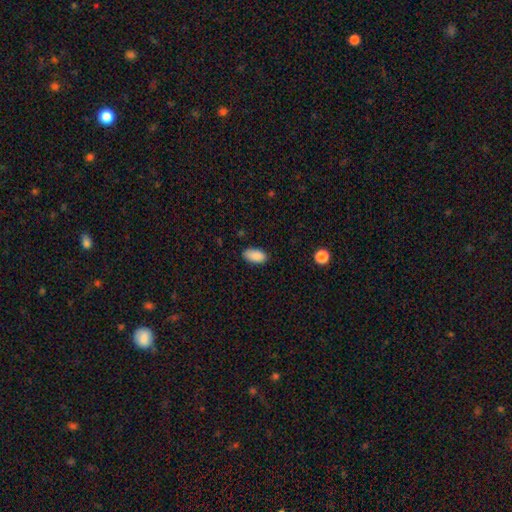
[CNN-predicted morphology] Overall: smooth (89%). How rounded: in between (93%). Merging: none (84%).